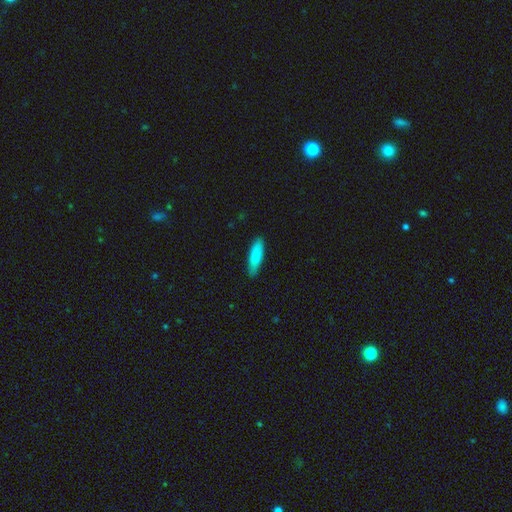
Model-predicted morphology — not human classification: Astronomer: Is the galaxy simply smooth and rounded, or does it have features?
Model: smooth — 86%.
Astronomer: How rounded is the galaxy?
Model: cigar-shaped — 63%.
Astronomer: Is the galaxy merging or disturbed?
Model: none — 86%.